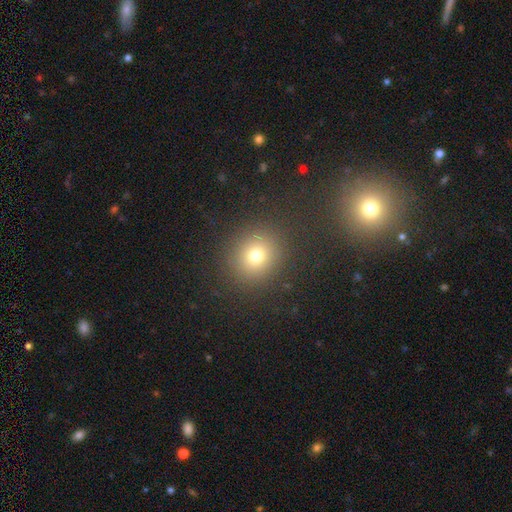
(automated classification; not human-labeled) This appears to be a smooth galaxy with no disk features (74%) that is round (85%). Merging: none (88%).